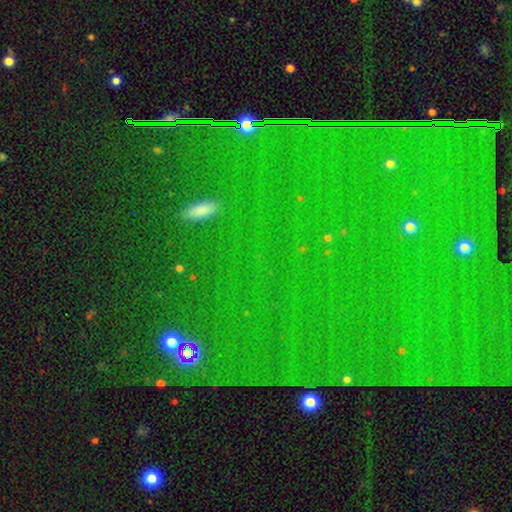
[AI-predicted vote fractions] Smooth or featured? star or artifact (78%)